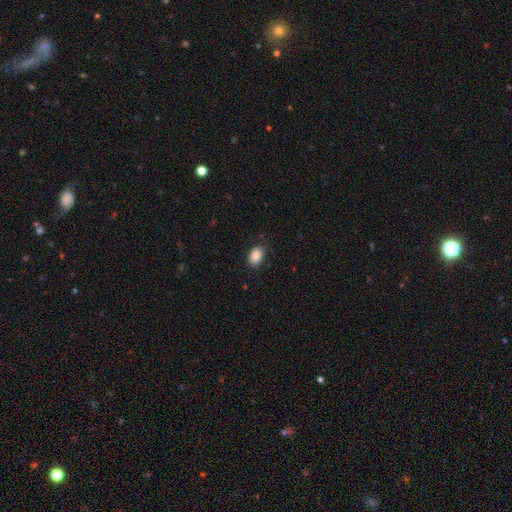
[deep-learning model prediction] A smooth galaxy with no disk features (88%) that is in between round and cigar-shaped (83%). Merging: none (82%).